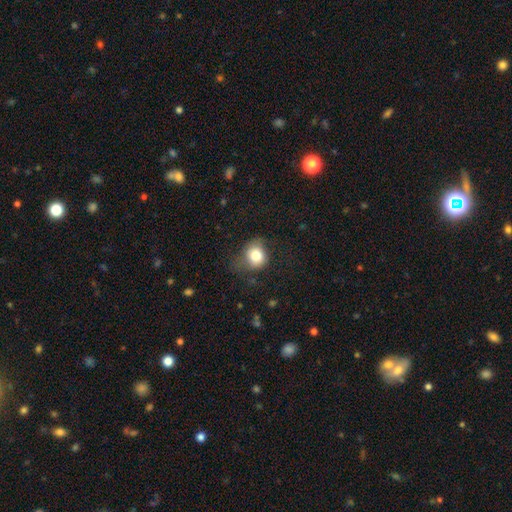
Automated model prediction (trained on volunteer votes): A smooth galaxy with no disk features (79%) that is round (72%).

Vote fractions:
- Smooth or featured? smooth: 79% / featured or disk: 11% / star or artifact: 10%
- How rounded? round: 72% / in between: 27% / cigar-shaped: 1%
- Merging? none: 58% / minor disturbance: 26% / major disturbance: 14% / merger: 2%